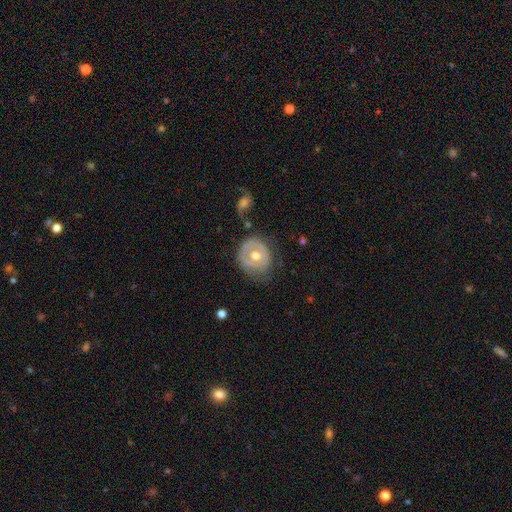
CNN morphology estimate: Overall: featured or disk (54%; smooth 40%). Edge-on disk: no (95%). Bar: no (76%). Spiral arms: no (73%). Bulge size: moderate (80%). Merging: none (60%; minor disturbance 24%).